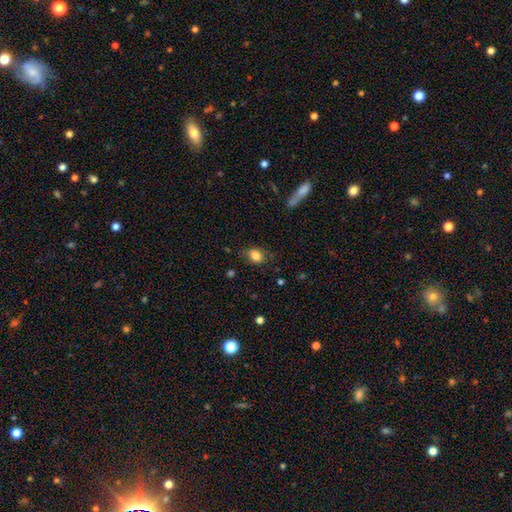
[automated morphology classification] Smooth or featured? Predicted: smooth (p=0.83). How rounded? Predicted: in between (p=0.55). Merging? Predicted: none (p=0.78).